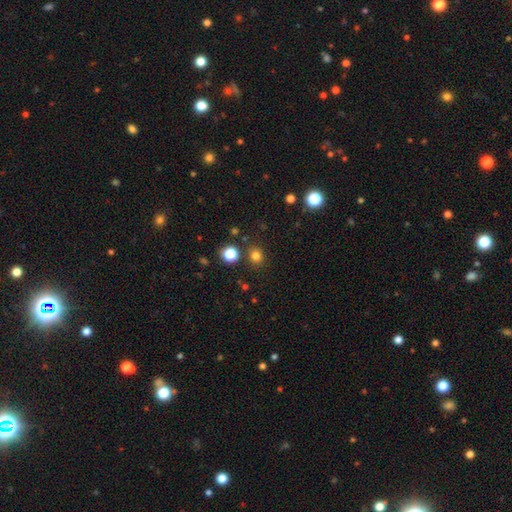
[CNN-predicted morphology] type=smooth (79%); roundness=round (82%); merging=none (86%).